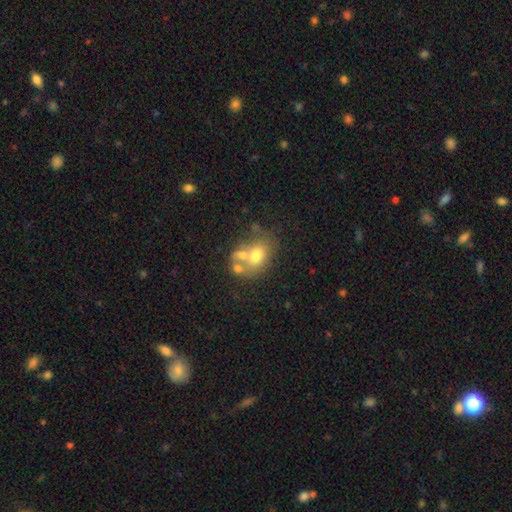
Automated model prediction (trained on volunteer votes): smooth-or-featured: smooth: 61% | featured or disk: 28% | star or artifact: 12%
  how-rounded: in between: 62% | round: 37% | cigar-shaped: 1%
  merging: merger: 48% | none: 31% | minor disturbance: 12% | major disturbance: 8%